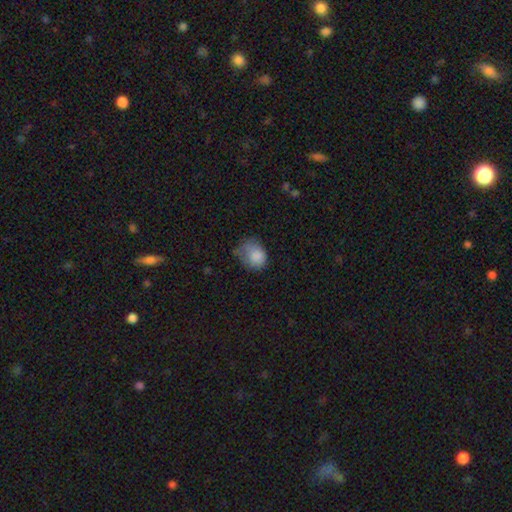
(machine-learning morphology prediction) Overall: smooth (81%). How rounded: in between (52%; round 47%). Merging: minor disturbance (40%; none 31%).